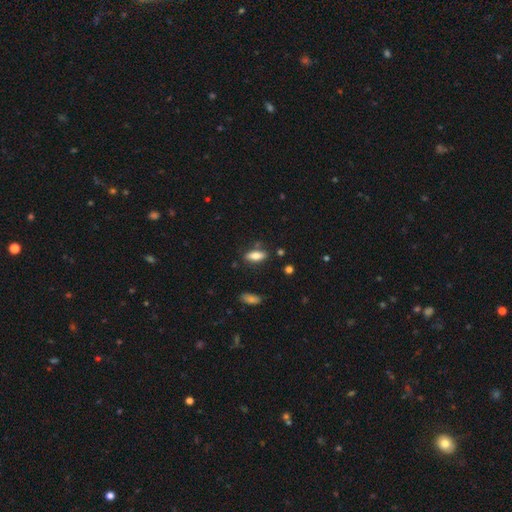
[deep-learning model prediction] Smooth or featured? smooth (79%)
How rounded? in between (76%)
Merging? none (79%)